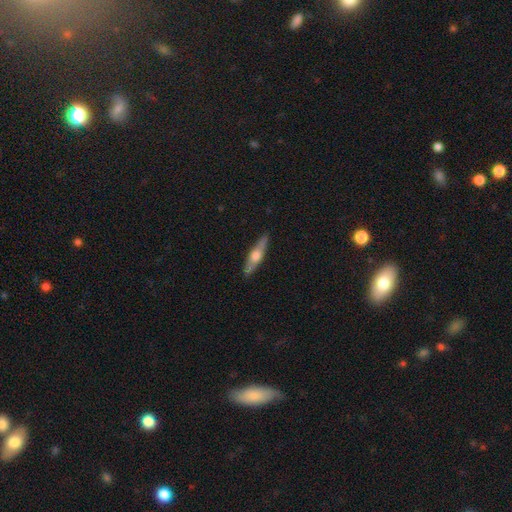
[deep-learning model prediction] The model was most divided on "smooth or featured": featured or disk: 56%, smooth: 38%, star or artifact: 5%. More confident: edge-on disk — yes (91%); edge-on bulge — rounded (90%); merging — none (88%).